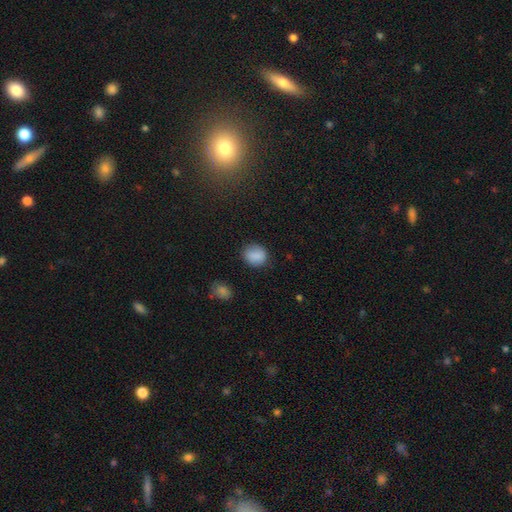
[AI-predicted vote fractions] This is clearly a smooth galaxy (85%). How rounded: likely round (63%). Merging: likely none (80%).